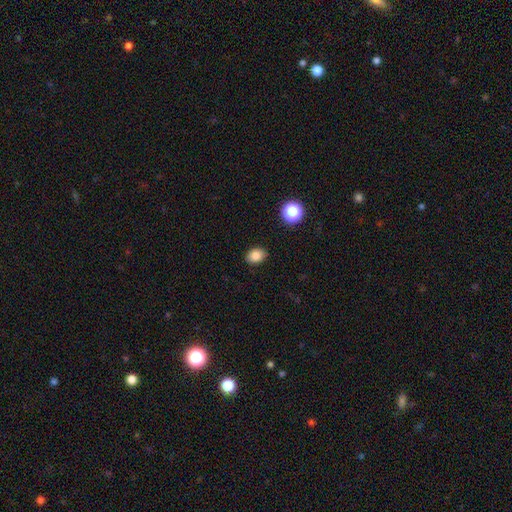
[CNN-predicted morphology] A smooth galaxy with no disk features (82%) that is in between round and cigar-shaped (66%). Merging: none (89%).